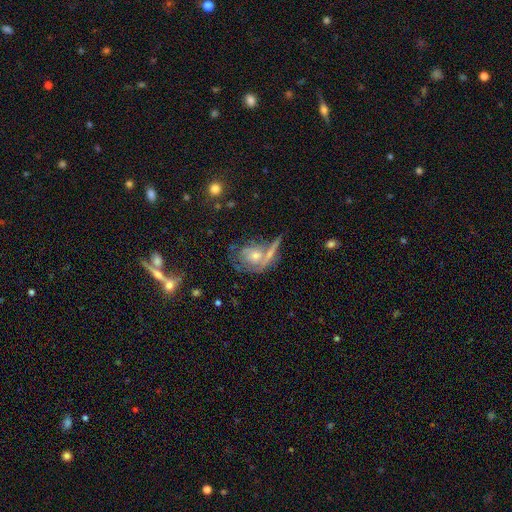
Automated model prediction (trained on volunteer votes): A featured or disk galaxy (58%).

Vote fractions:
- Smooth or featured? featured or disk: 58% / smooth: 31% / star or artifact: 11%
- Edge-on disk? no: 85% / yes: 15%
- Merging? none: 42% / merger: 27% / minor disturbance: 17% / major disturbance: 14%